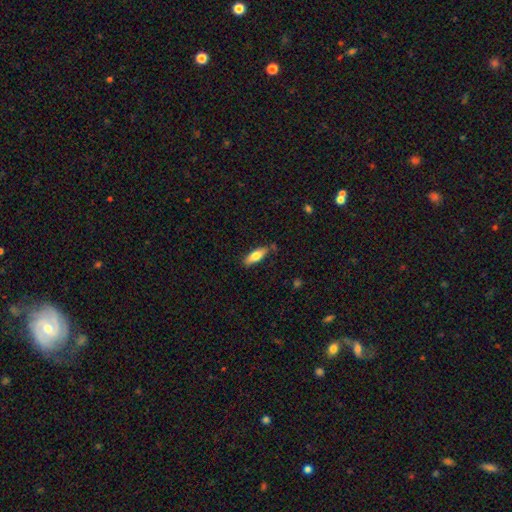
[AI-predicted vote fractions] A smooth galaxy with no disk features (75%) that is in between round and cigar-shaped (65%).

Vote fractions:
- Smooth or featured? smooth: 75% / featured or disk: 19% / star or artifact: 6%
- How rounded? in between: 65% / cigar-shaped: 33% / round: 2%
- Merging? none: 74% / minor disturbance: 19% / major disturbance: 4% / merger: 3%